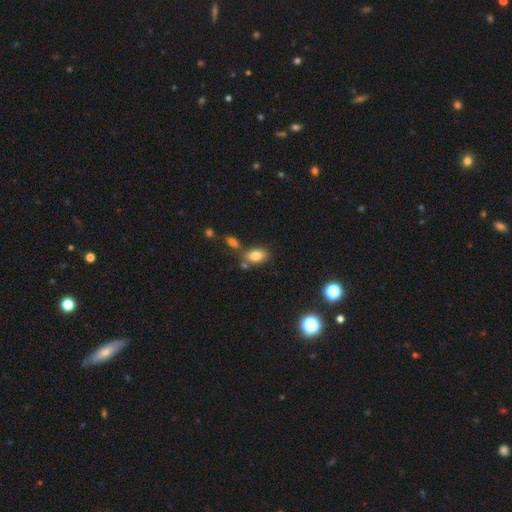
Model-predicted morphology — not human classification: Smooth or featured? Predicted: smooth (p=0.80). How rounded? Predicted: in between (p=0.90). Merging? Predicted: none (p=0.67).